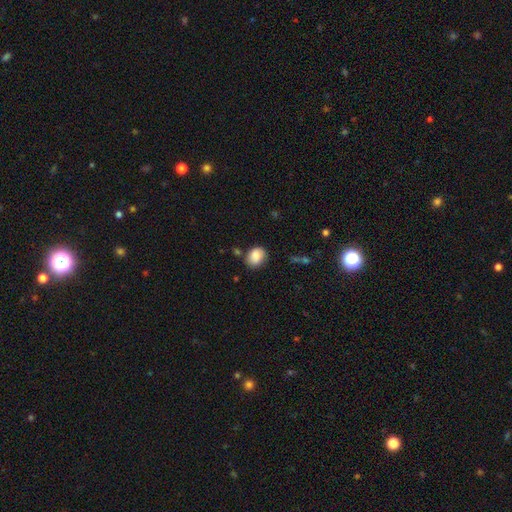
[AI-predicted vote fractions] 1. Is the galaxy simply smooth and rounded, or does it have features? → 86% smooth, 8% star or artifact, 6% featured or disk.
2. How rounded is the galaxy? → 54% in between, 45% round, 1% cigar-shaped.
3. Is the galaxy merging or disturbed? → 73% none, 18% minor disturbance, 5% merger, 4% major disturbance.